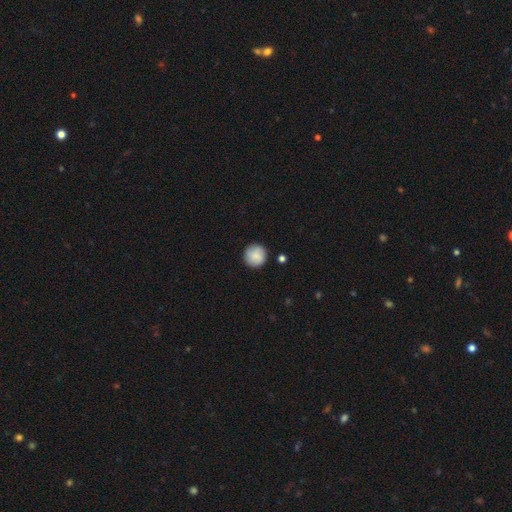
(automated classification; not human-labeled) A smooth galaxy with no disk features (85%) that is round (96%). Merging: none (89%).